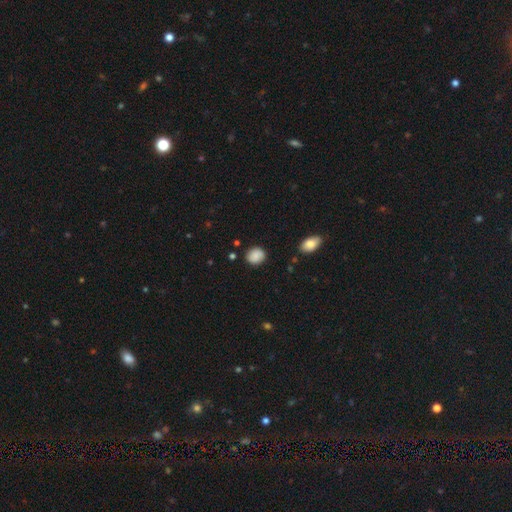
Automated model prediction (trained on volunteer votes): Smooth or featured?
  - smooth: 86% *
  - star or artifact: 8%
  - featured or disk: 6%
How rounded?
  - round: 70% *
  - in between: 29%
  - cigar-shaped: 1%
Merging?
  - none: 83% *
  - minor disturbance: 13%
  - major disturbance: 3%
  - merger: 2%